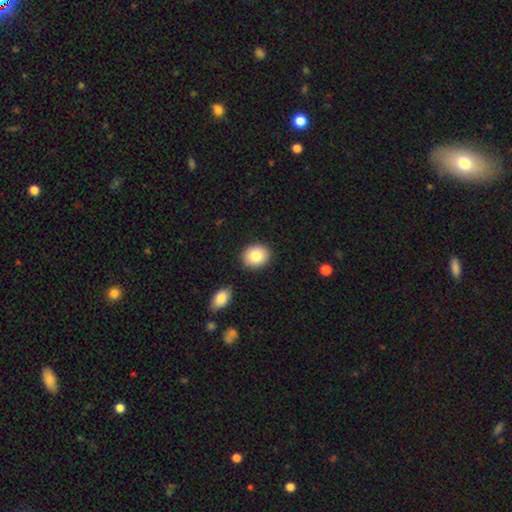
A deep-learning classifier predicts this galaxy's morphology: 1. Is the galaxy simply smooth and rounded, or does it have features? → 82% smooth, 10% featured or disk, 8% star or artifact.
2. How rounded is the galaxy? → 61% round, 38% in between, 1% cigar-shaped.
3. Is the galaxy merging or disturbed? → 86% none, 8% minor disturbance, 3% merger, 2% major disturbance.